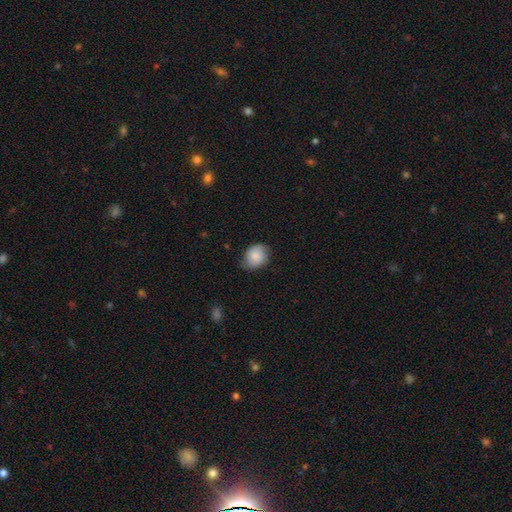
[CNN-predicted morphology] smooth-or-featured: smooth: 82% | featured or disk: 11% | star or artifact: 7%
  how-rounded: in between: 53% | round: 46% | cigar-shaped: 1%
  merging: none: 69% | minor disturbance: 25% | major disturbance: 5% | merger: 1%